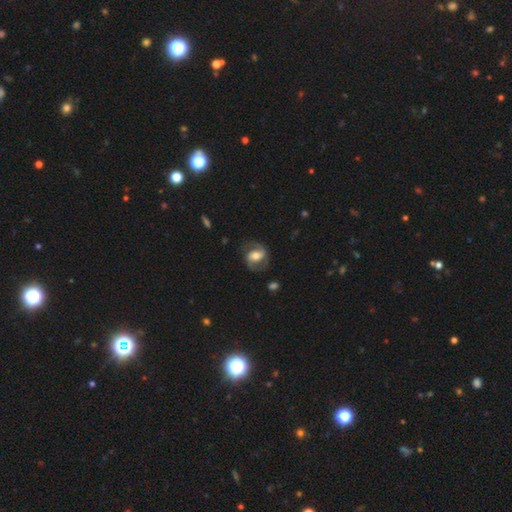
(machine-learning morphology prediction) Smooth or featured? Predicted: featured or disk (p=0.75). Edge-on disk? Predicted: no (p=0.97). Bar? Predicted: weak (p=0.38). Spiral arms? Predicted: yes (p=0.90). Spiral winding? Predicted: medium (p=0.53). Spiral arm count? Predicted: 2 (p=0.91). Bulge size? Predicted: moderate (p=0.61). Merging? Predicted: none (p=0.77).